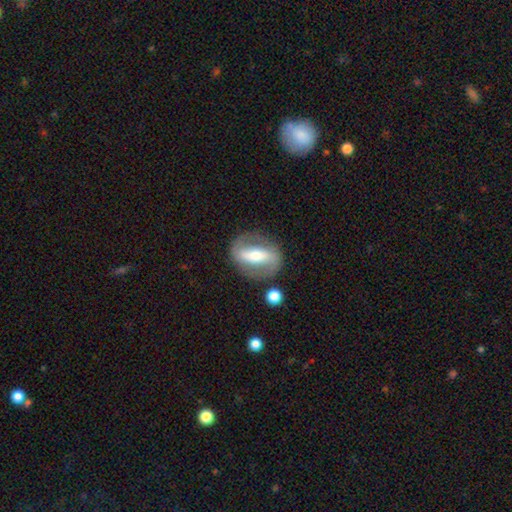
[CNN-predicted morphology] smooth_or_featured: featured or disk (p=0.73) [alt: smooth p=0.21]
disk_edge_on: no (p=0.90) [alt: yes p=0.10]
bar: strong (p=0.66) [alt: weak p=0.20]
has_spiral_arms: yes (p=0.67) [alt: no p=0.33]
bulge_size: moderate (p=0.58) [alt: small p=0.32]
merging: none (p=0.80) [alt: minor disturbance p=0.12]